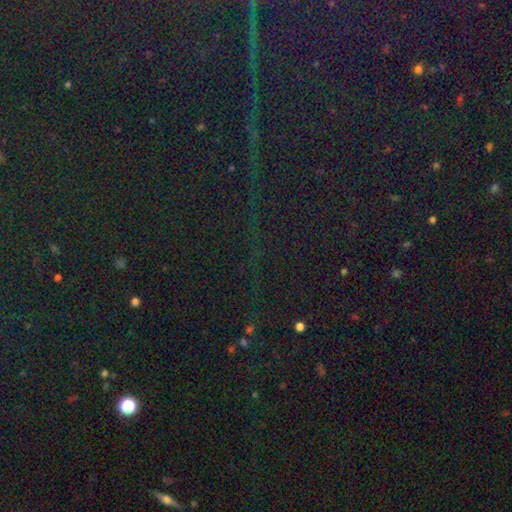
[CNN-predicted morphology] Smooth or featured: star or artifact — 87% (smooth — 7%)